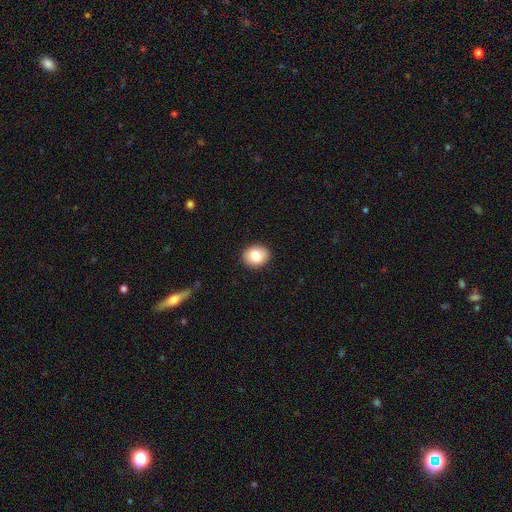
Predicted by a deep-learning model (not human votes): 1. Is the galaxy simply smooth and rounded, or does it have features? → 82% smooth, 10% featured or disk, 8% star or artifact.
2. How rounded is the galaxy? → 52% round, 47% in between, 1% cigar-shaped.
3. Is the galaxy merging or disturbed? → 91% none, 6% minor disturbance, 2% major disturbance, 1% merger.